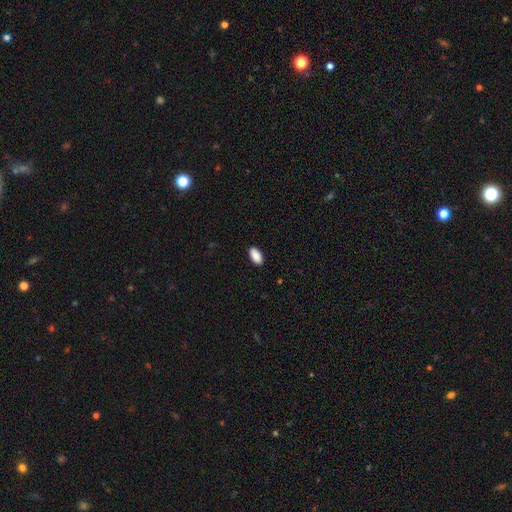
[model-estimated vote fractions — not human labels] This appears to be a smooth galaxy with no disk features (90%) that is in between round and cigar-shaped (94%). Merging: none (89%).